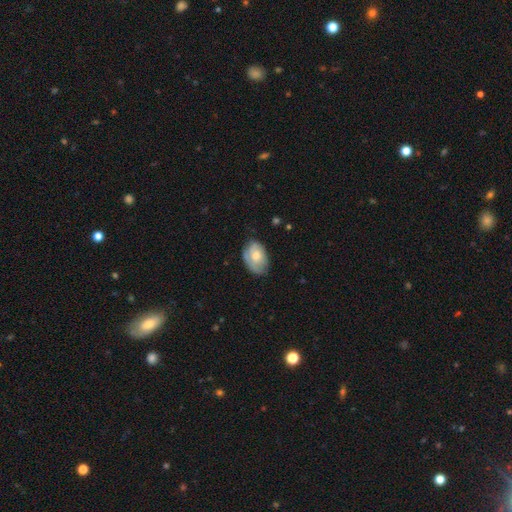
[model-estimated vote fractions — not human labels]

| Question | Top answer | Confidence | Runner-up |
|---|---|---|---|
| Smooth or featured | smooth | 55% | featured or disk (38%) |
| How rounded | in between | 86% | round (13%) |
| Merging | none | 64% | minor disturbance (28%) |